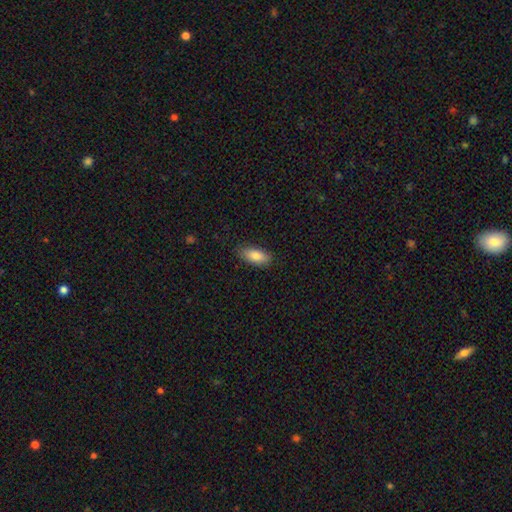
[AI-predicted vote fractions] smooth-or-featured: smooth: 83% | featured or disk: 11% | star or artifact: 7%
  how-rounded: in between: 85% | cigar-shaped: 13% | round: 2%
  merging: none: 84% | minor disturbance: 12% | major disturbance: 2% | merger: 1%